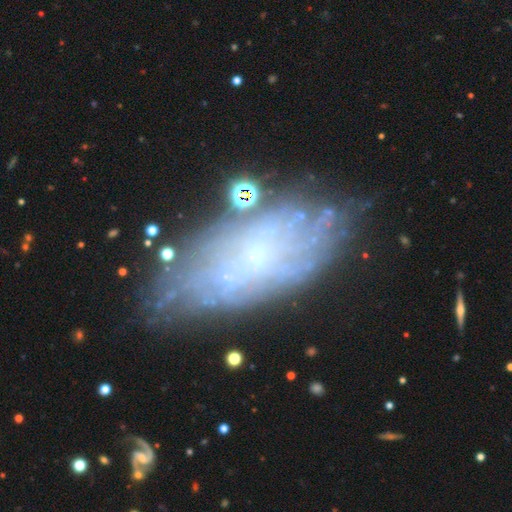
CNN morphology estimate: type=featured or disk (65%); edge-on=no (88%); bar=no (73%); spiral arms=yes (63%); bulge=small (64%); merging=none (68%).